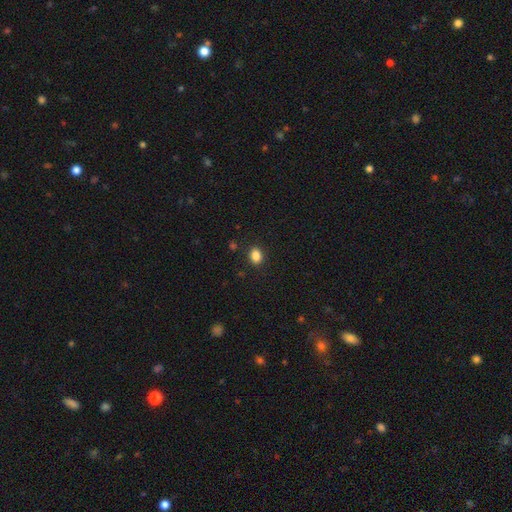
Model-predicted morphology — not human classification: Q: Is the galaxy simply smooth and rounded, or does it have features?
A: smooth — 86%.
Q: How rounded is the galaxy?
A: in between — 66%.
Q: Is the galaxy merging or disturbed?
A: none — 88%.